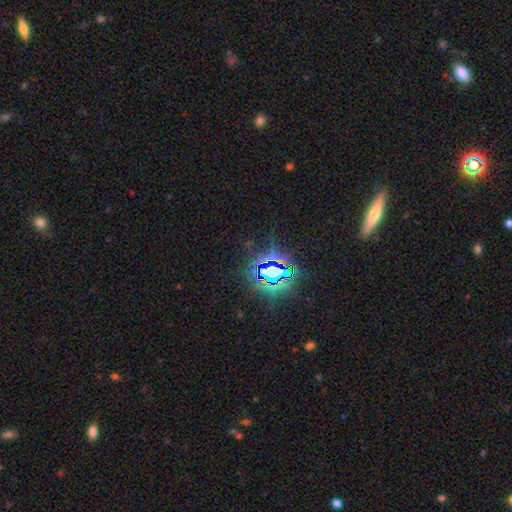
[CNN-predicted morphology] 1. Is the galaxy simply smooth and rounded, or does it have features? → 74% star or artifact, 15% smooth, 11% featured or disk.